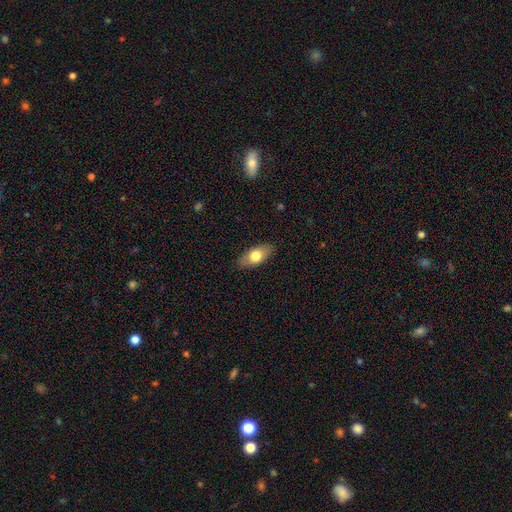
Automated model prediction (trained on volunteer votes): A smooth galaxy with no disk features (71%) that is in between round and cigar-shaped (87%).

Vote fractions:
- Smooth or featured? smooth: 71% / featured or disk: 23% / star or artifact: 6%
- How rounded? in between: 87% / cigar-shaped: 9% / round: 4%
- Merging? none: 87% / minor disturbance: 10% / major disturbance: 2% / merger: 1%